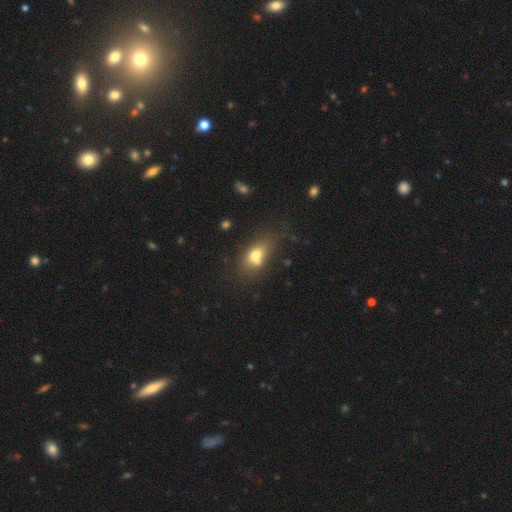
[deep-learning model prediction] Smooth or featured: smooth — 69% (featured or disk — 20%)
How rounded: in between — 73% (round — 23%)
Merging: none — 38% (merger — 31%)